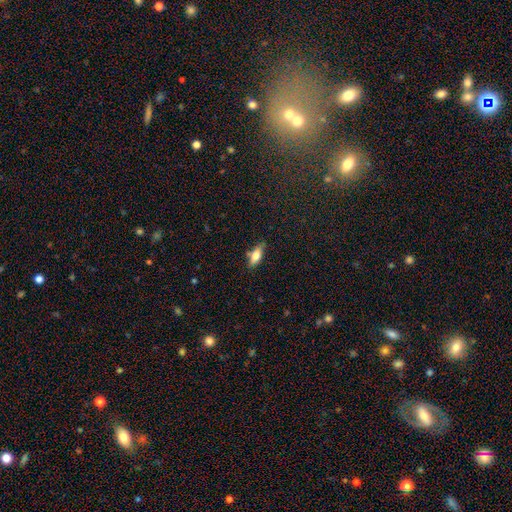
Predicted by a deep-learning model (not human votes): smooth_or_featured: smooth (p=0.72) [alt: featured or disk p=0.21]
how_rounded: in between (p=0.71) [alt: cigar-shaped p=0.26]
merging: none (p=0.76) [alt: minor disturbance p=0.17]